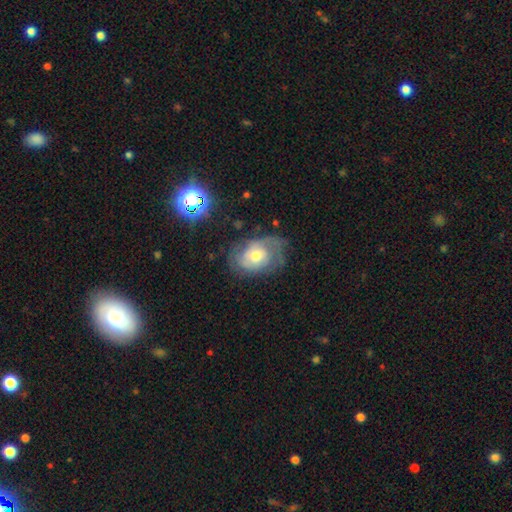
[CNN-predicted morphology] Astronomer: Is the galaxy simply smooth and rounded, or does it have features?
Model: featured or disk — 60%.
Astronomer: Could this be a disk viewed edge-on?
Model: no — 95%.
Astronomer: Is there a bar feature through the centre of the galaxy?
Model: no — 78%.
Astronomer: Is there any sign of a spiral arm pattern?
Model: yes — 75%.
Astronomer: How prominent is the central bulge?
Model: moderate — 59%.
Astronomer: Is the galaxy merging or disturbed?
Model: none — 52% (runner-up: minor disturbance, 27%).